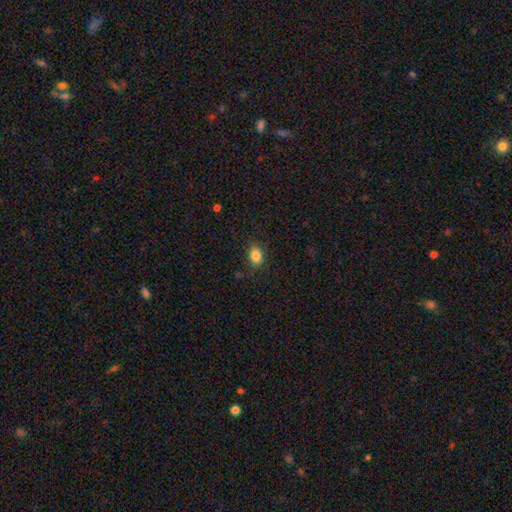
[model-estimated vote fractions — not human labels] smooth 85%, star or artifact 10%, featured or disk 5%. Down the decision tree: how rounded — in between (72%); merging — none (81%).